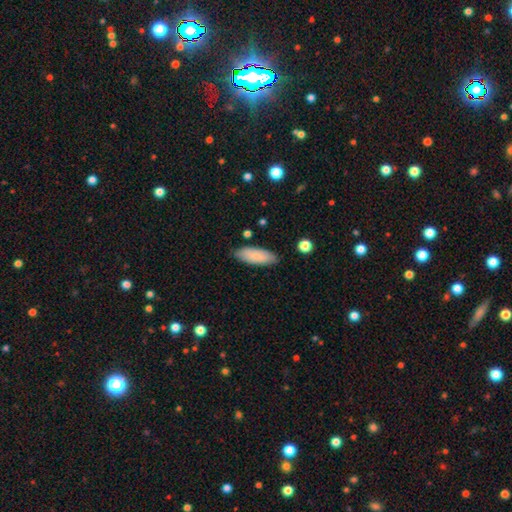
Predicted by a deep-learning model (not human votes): This appears to be a smooth galaxy with no disk features (82%) that is in between round and cigar-shaped (71%). Merging: none (84%).